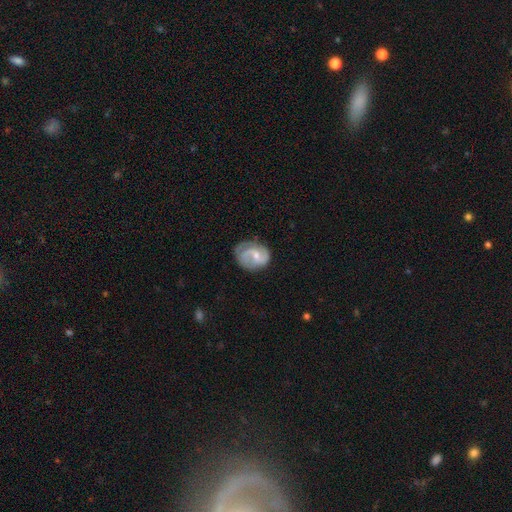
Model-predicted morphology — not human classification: Overall: featured or disk (71%). Edge-on disk: no (98%). Bar: weak (49%; no 40%). Spiral arms: yes (91%). Spiral arm count: 2 (67%). Spiral winding: medium (46%; tight 30%). Bulge size: small (48%; moderate 44%). Merging: none (58%; minor disturbance 27%).